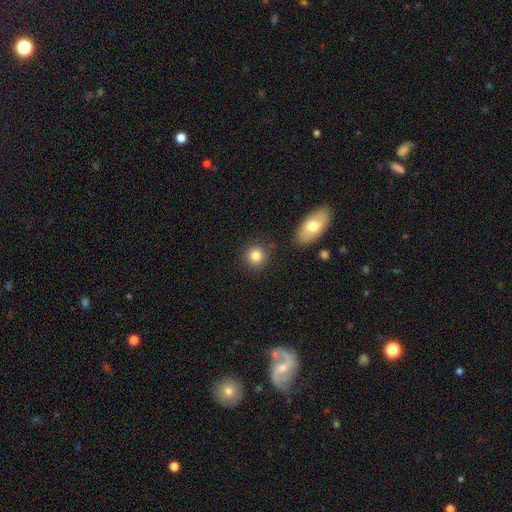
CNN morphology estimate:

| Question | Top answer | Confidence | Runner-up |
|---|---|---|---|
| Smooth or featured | smooth | 83% | star or artifact (10%) |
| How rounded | round | 88% | in between (11%) |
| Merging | none | 84% | minor disturbance (8%) |